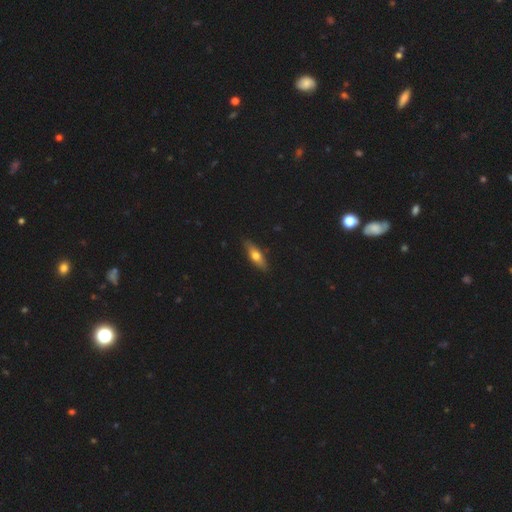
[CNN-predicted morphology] smooth 56%, featured or disk 38%, star or artifact 6%. Down the decision tree: how rounded — cigar-shaped (51%); merging — none (88%).